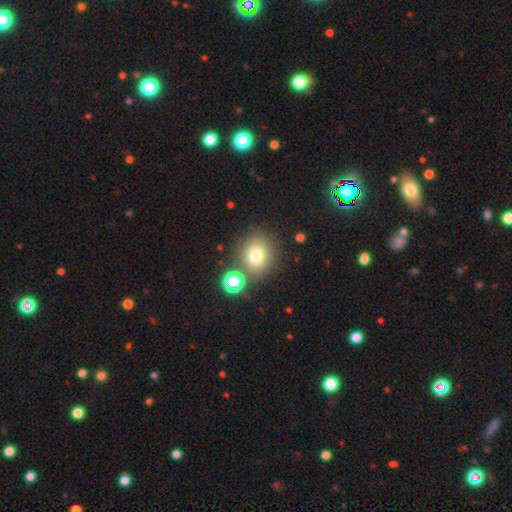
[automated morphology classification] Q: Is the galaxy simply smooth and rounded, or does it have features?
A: smooth — 74%.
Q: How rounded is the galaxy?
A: round — 72%.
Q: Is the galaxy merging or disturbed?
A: none — 73%.